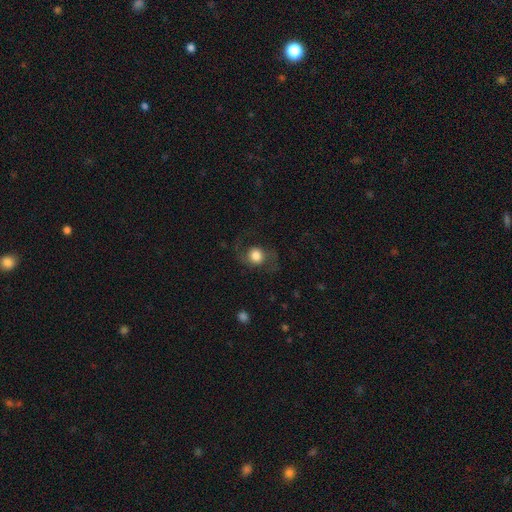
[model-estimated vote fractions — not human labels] Smooth or featured?
  - smooth: 53% *
  - featured or disk: 39%
  - star or artifact: 9%
How rounded?
  - round: 78% *
  - in between: 21%
  - cigar-shaped: 1%
Merging?
  - none: 64% *
  - major disturbance: 18%
  - minor disturbance: 16%
  - merger: 2%